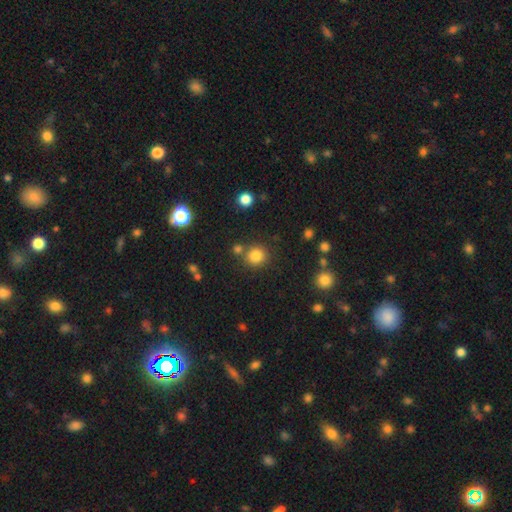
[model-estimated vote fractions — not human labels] The model was most divided on "merging": none: 77%, merger: 12%, minor disturbance: 8%, major disturbance: 3%. More confident: how rounded — round (91%); smooth or featured — smooth (82%).